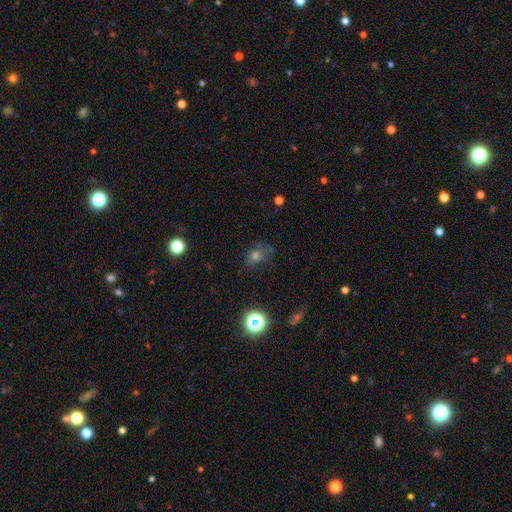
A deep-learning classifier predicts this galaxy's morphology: A smooth galaxy with no disk features (45%).

Vote fractions:
- Smooth or featured? smooth: 45% / star or artifact: 34% / featured or disk: 21%
- Merging? none: 58% / minor disturbance: 23% / major disturbance: 16% / merger: 3%